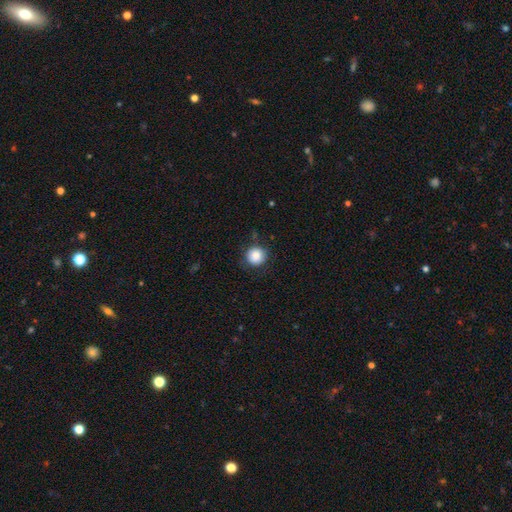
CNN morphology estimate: This is clearly a smooth galaxy (86%). How rounded: clearly round (93%). Merging: clearly none (82%).